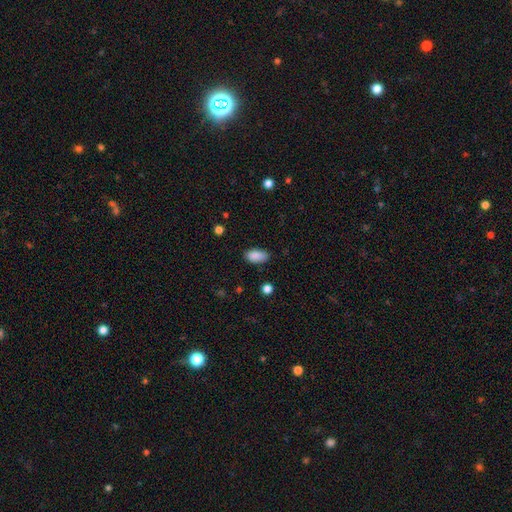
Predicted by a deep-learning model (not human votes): Q: Smooth or featured?
A: smooth (88%); runner-up: star or artifact (8%)
Q: How rounded?
A: in between (92%); runner-up: cigar-shaped (4%)
Q: Merging?
A: none (81%); runner-up: minor disturbance (15%)